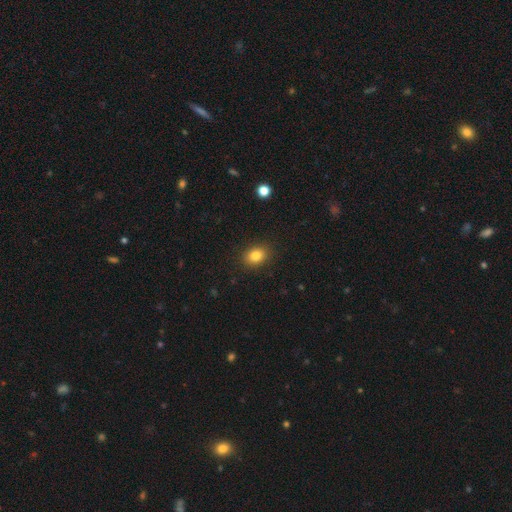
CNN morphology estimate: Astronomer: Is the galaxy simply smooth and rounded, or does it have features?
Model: smooth — 84%.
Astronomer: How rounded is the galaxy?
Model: in between — 62% (runner-up: round, 37%).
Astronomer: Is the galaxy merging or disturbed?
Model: none — 88%.